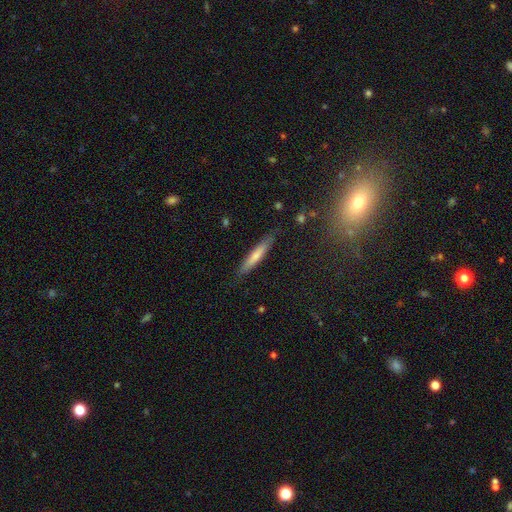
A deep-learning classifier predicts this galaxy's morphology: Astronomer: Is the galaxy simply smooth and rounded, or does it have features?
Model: smooth — 65%.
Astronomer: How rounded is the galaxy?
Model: cigar-shaped — 91%.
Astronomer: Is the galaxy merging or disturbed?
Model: none — 85%.